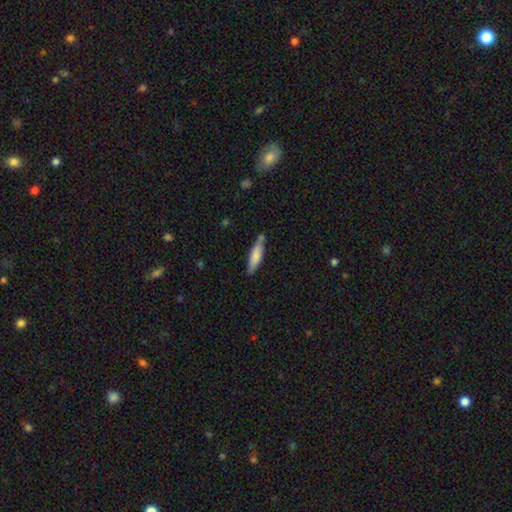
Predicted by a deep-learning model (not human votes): Smooth or featured?
  - smooth: 76% *
  - featured or disk: 18%
  - star or artifact: 6%
How rounded?
  - cigar-shaped: 74% *
  - in between: 25%
  - round: 1%
Merging?
  - none: 73% *
  - minor disturbance: 18%
  - merger: 6%
  - major disturbance: 3%